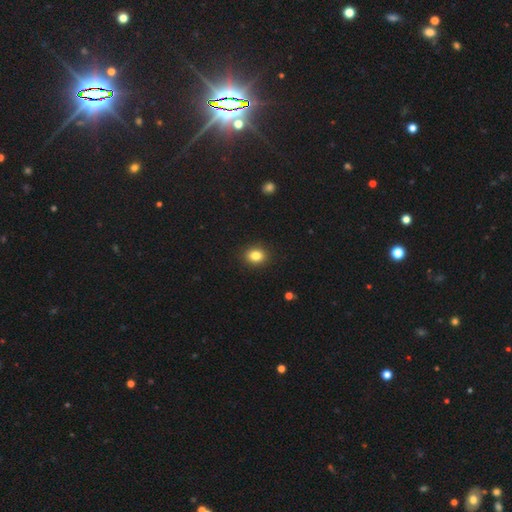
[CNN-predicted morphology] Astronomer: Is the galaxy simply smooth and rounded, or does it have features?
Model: smooth — 84%.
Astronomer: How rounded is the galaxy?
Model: round — 50% (runner-up: in between, 49%).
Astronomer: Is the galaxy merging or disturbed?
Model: none — 90%.